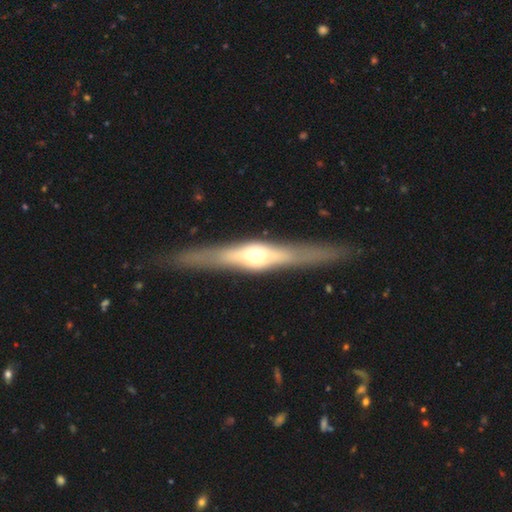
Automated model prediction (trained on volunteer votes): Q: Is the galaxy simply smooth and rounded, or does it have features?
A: featured or disk — 73%.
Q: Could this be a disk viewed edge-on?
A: yes — 95%.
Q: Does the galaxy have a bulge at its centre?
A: rounded — 90%.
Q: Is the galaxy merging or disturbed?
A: none — 87%.